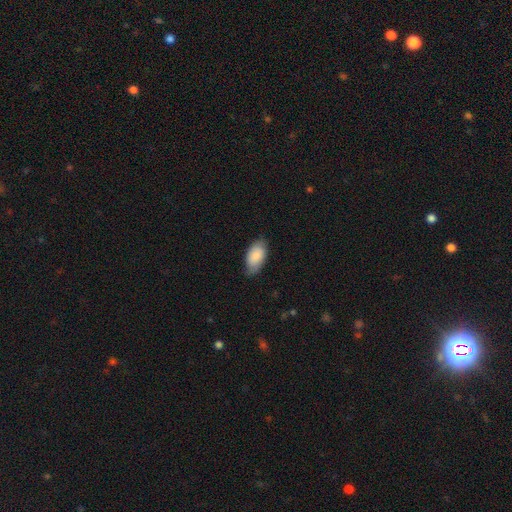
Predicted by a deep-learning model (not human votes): Q: Smooth or featured?
A: smooth (83%); runner-up: featured or disk (11%)
Q: How rounded?
A: in between (94%); runner-up: round (3%)
Q: Merging?
A: none (72%); runner-up: minor disturbance (23%)